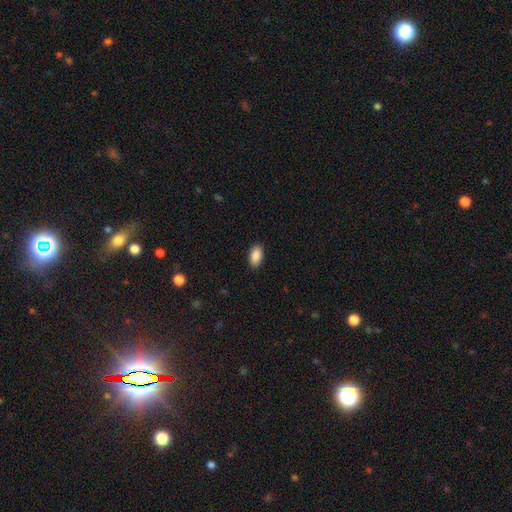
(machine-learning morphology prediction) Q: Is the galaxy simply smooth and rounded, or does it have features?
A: smooth — 90%.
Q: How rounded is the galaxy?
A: in between — 94%.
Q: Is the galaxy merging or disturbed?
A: none — 89%.